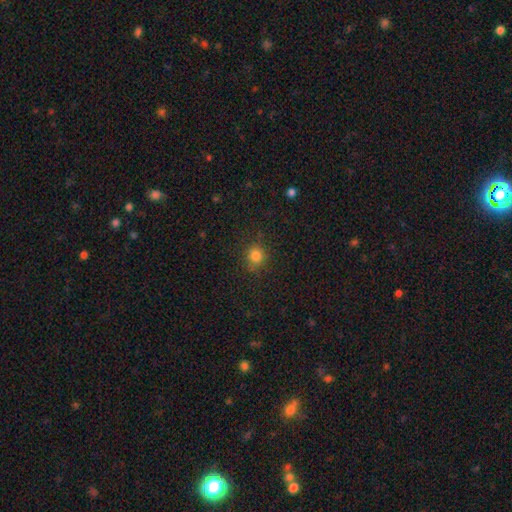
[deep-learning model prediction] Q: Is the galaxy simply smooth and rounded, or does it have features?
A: smooth — 82%.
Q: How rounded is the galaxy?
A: round — 87%.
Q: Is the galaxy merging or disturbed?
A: none — 83%.